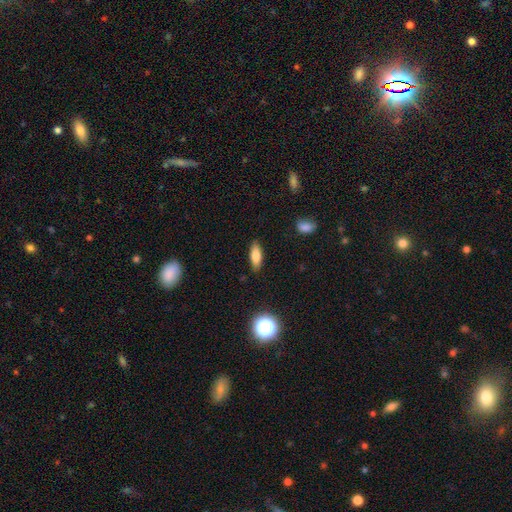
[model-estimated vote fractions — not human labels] smooth_or_featured: smooth (p=0.78) [alt: featured or disk p=0.13]
how_rounded: in between (p=0.65) [alt: cigar-shaped p=0.32]
merging: none (p=0.85) [alt: minor disturbance p=0.11]